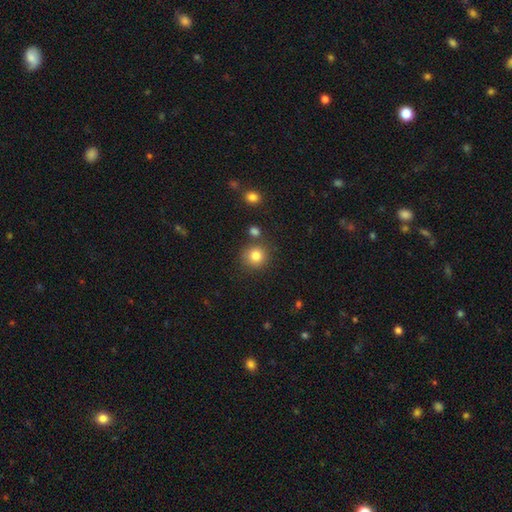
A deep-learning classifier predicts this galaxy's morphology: smooth-or-featured: smooth: 82% | star or artifact: 11% | featured or disk: 6%
  how-rounded: round: 91% | in between: 8% | cigar-shaped: 1%
  merging: none: 81% | minor disturbance: 9% | merger: 7% | major disturbance: 3%